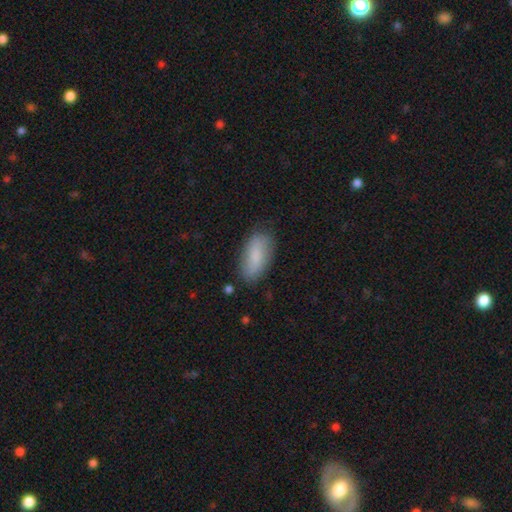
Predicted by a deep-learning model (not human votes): Smooth or featured? smooth (79%)
How rounded? in between (86%)
Merging? none (79%)